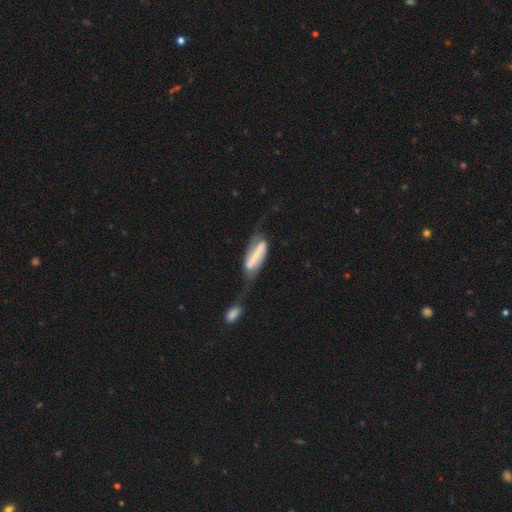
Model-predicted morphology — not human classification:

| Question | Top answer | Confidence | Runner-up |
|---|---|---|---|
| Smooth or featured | featured or disk | 61% | smooth (32%) |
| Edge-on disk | no | 76% | yes (24%) |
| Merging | major disturbance | 31% | none (28%) |